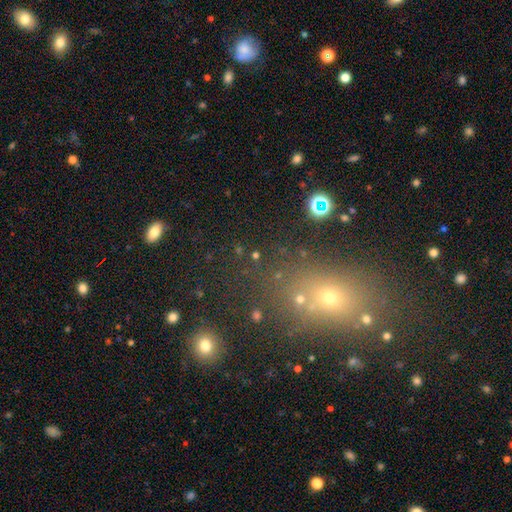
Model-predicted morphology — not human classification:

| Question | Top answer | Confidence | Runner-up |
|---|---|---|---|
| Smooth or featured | star or artifact | 44% | smooth (43%) |